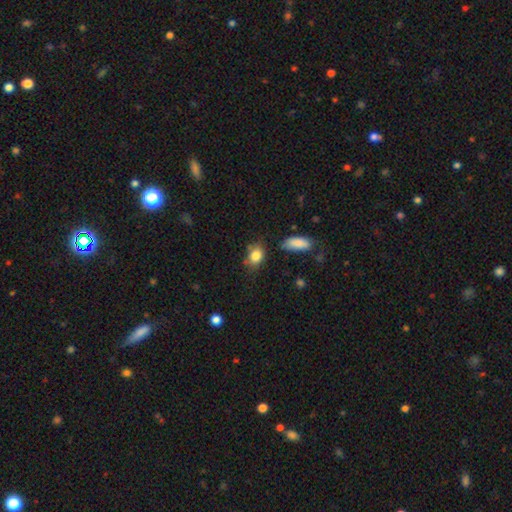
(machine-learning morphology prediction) The model was most divided on "how rounded": in between: 68%, round: 29%, cigar-shaped: 2%. More confident: smooth or featured — smooth (83%); merging — none (65%).